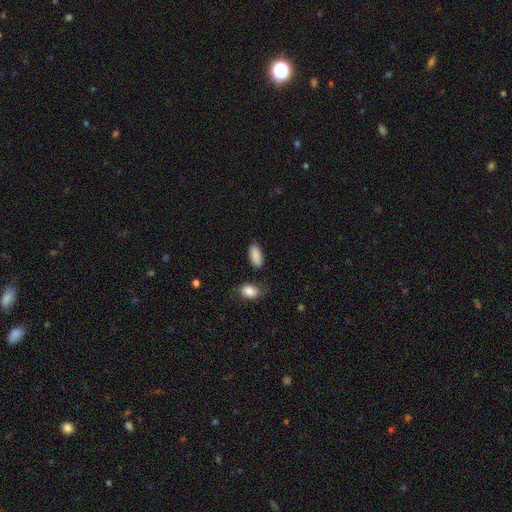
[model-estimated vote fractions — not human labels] This is clearly a smooth galaxy (90%). How rounded: clearly in between (89%). Merging: clearly none (80%).